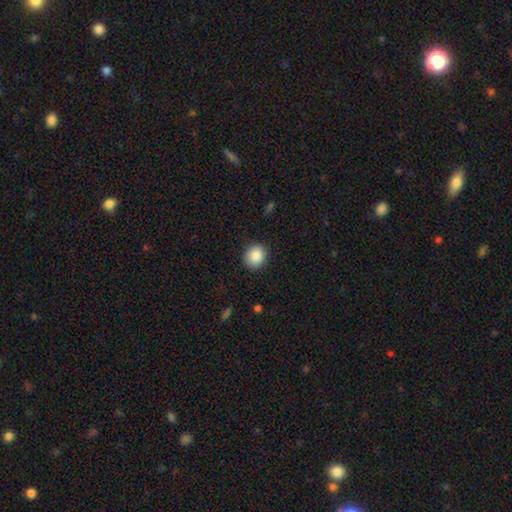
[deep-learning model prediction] A smooth galaxy with no disk features (87%) that is round (80%).

Vote fractions:
- Smooth or featured? smooth: 87% / star or artifact: 8% / featured or disk: 4%
- How rounded? round: 80% / in between: 19% / cigar-shaped: 1%
- Merging? none: 89% / minor disturbance: 8% / major disturbance: 2% / merger: 1%